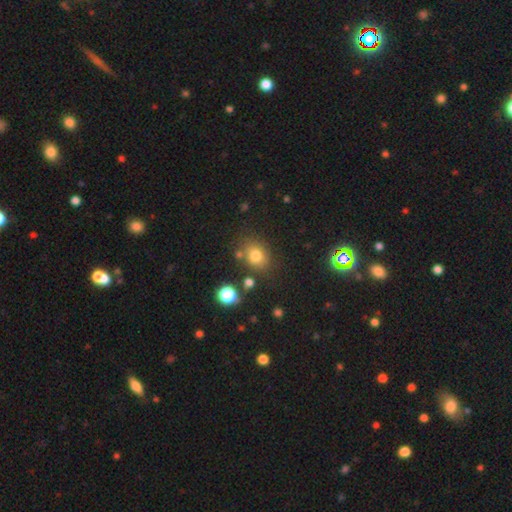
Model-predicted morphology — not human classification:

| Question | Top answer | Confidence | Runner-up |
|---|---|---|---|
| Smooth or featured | smooth | 76% | star or artifact (15%) |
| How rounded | round | 54% | in between (45%) |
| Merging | none | 74% | minor disturbance (14%) |